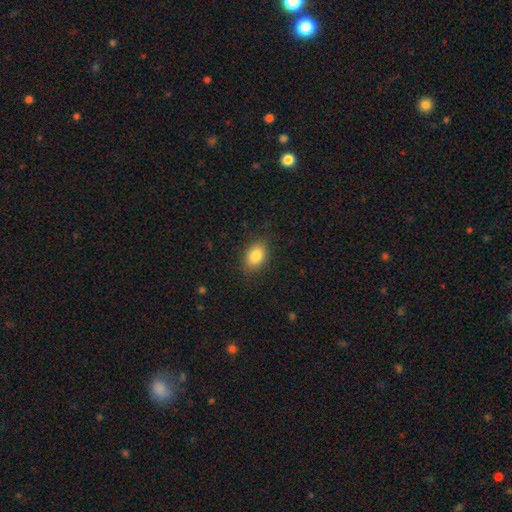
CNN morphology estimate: Overall: smooth (83%). How rounded: in between (80%). Merging: none (85%).